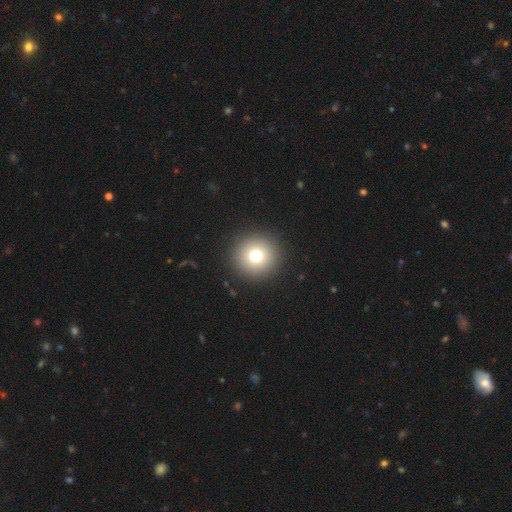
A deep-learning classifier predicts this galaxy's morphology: Smooth or featured? Predicted: smooth (p=0.75). How rounded? Predicted: round (p=0.95). Merging? Predicted: none (p=0.92).